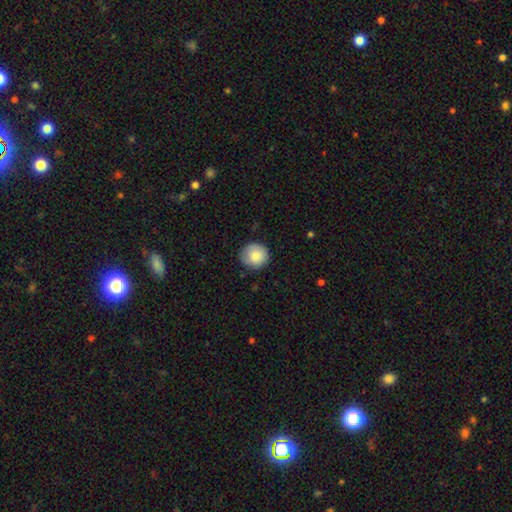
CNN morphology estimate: smooth-or-featured: smooth: 85% | featured or disk: 8% | star or artifact: 7%
  how-rounded: round: 89% | in between: 10% | cigar-shaped: 1%
  merging: none: 83% | minor disturbance: 13% | major disturbance: 2% | merger: 1%